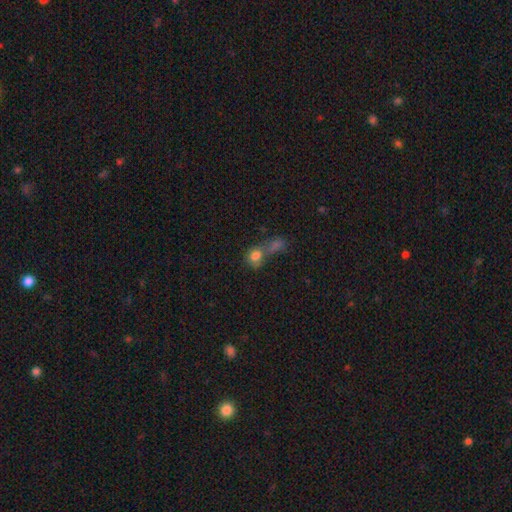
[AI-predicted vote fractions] This is likely a smooth galaxy (78%). How rounded: likely round (60%). Merging: possibly merger (58%).